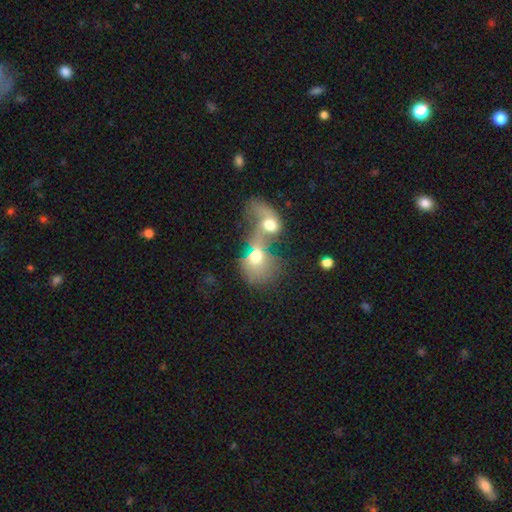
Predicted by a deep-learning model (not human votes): Morphology: type=smooth (54%); roundness=in between (58%); merging=merger (79%).